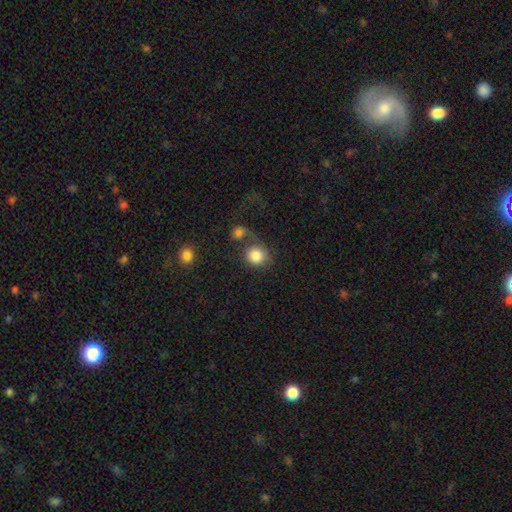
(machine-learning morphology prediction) smooth_or_featured: smooth (p=0.83) [alt: featured or disk p=0.09]
how_rounded: round (p=0.85) [alt: in between p=0.14]
merging: none (p=0.44) [alt: merger p=0.32]